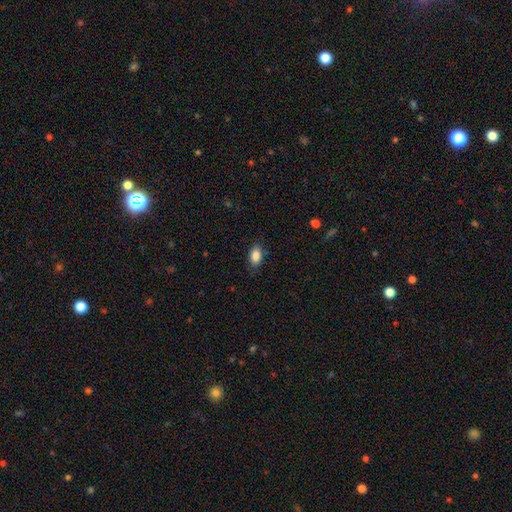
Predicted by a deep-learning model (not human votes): Smooth or featured: smooth — 87% (star or artifact — 7%)
How rounded: in between — 91% (round — 5%)
Merging: none — 84% (minor disturbance — 13%)